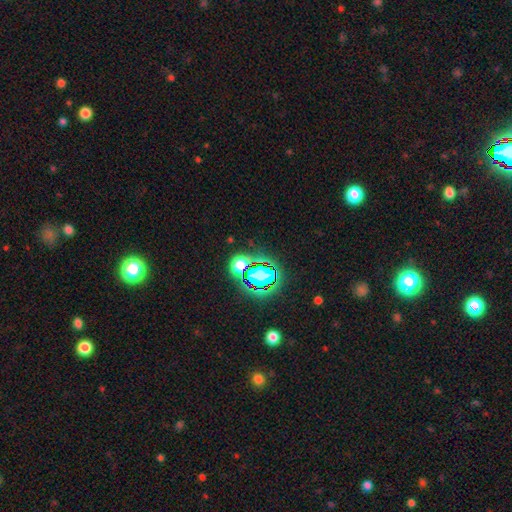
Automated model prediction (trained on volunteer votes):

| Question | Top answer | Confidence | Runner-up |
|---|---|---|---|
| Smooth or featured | star or artifact | 79% | smooth (13%) |